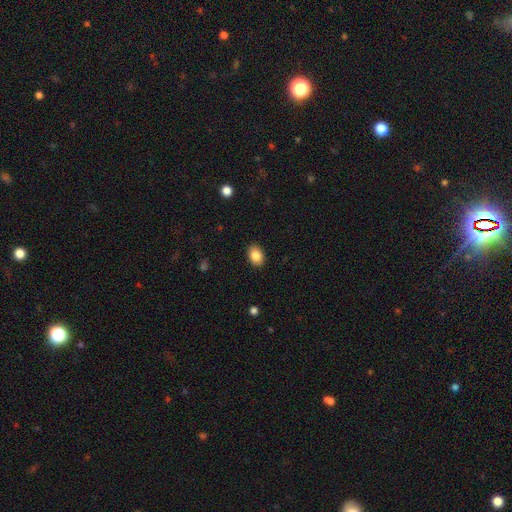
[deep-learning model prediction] smooth 86%, star or artifact 8%, featured or disk 6%. Down the decision tree: how rounded — in between (74%); merging — none (89%).